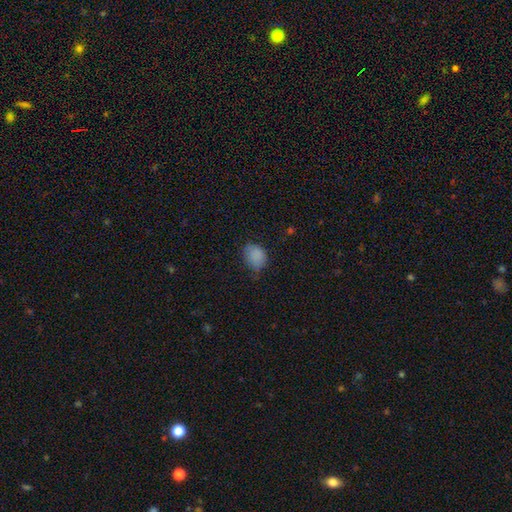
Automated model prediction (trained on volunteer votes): smooth_or_featured: smooth (p=0.85) [alt: star or artifact p=0.10]
how_rounded: in between (p=0.61) [alt: round p=0.38]
merging: none (p=0.62) [alt: minor disturbance p=0.30]